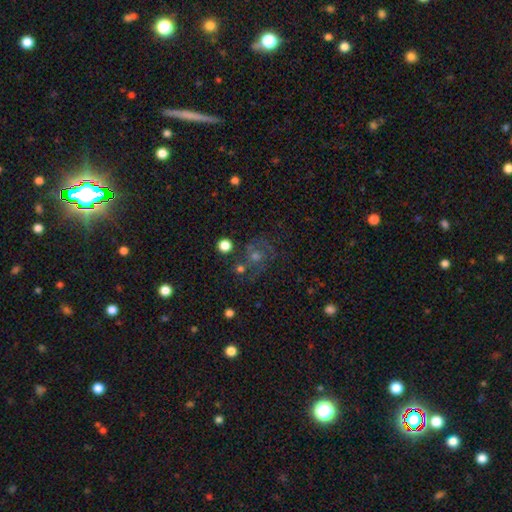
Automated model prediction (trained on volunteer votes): A featured or disk galaxy (46%).

Vote fractions:
- Smooth or featured? featured or disk: 46% / star or artifact: 28% / smooth: 26%
- Merging? none: 61% / minor disturbance: 16% / major disturbance: 14% / merger: 10%